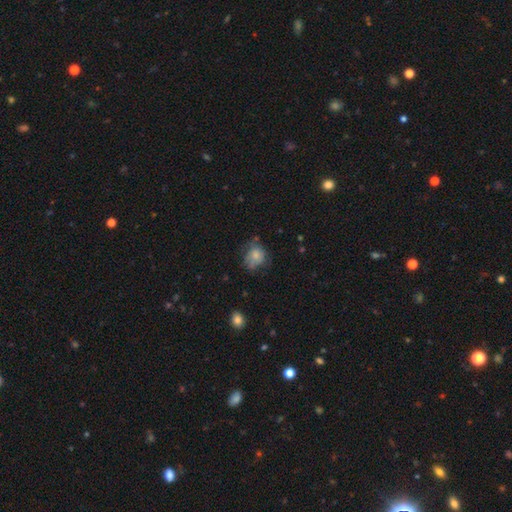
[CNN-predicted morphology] type=smooth (70%); roundness=round (62%); merging=none (48%).